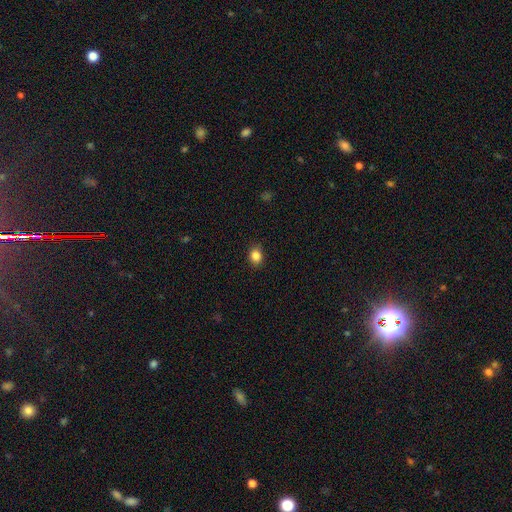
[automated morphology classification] Smooth or featured?
  - smooth: 85% *
  - star or artifact: 11%
  - featured or disk: 4%
How rounded?
  - round: 60% *
  - in between: 39%
  - cigar-shaped: 1%
Merging?
  - none: 88% *
  - minor disturbance: 9%
  - major disturbance: 2%
  - merger: 1%